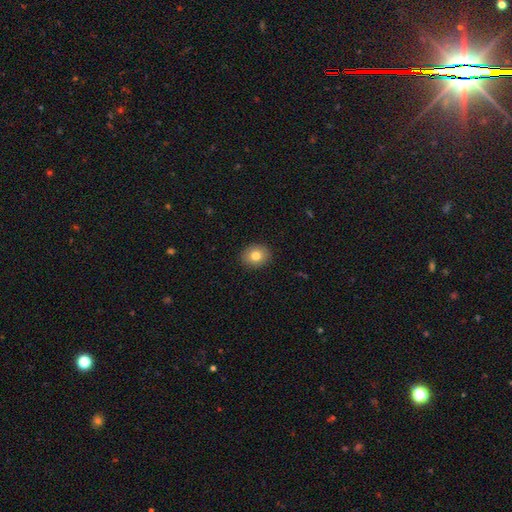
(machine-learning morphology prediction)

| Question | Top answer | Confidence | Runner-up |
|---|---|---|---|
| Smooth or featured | smooth | 80% | featured or disk (11%) |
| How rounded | round | 61% | in between (38%) |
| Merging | none | 91% | minor disturbance (7%) |